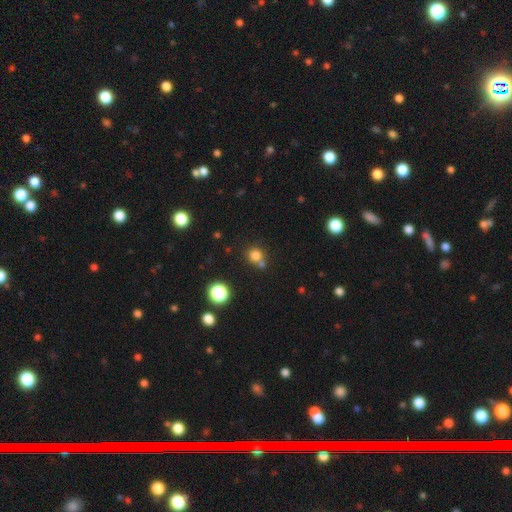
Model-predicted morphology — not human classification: Smooth or featured?
  - smooth: 78% *
  - star or artifact: 16%
  - featured or disk: 6%
How rounded?
  - round: 88% *
  - in between: 11%
  - cigar-shaped: 1%
Merging?
  - none: 63% *
  - merger: 24%
  - minor disturbance: 9%
  - major disturbance: 3%